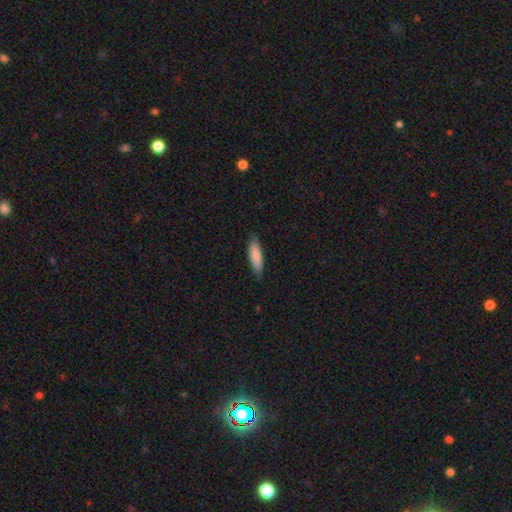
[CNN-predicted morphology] This is clearly a smooth galaxy (84%). How rounded: likely cigar-shaped (62%). Merging: clearly none (82%).